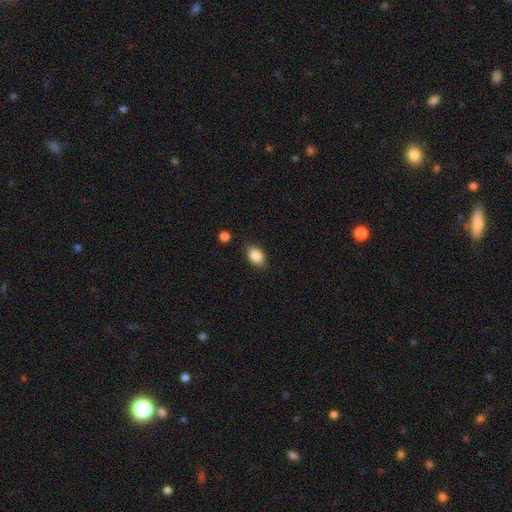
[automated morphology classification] This is clearly a smooth galaxy (86%). How rounded: clearly in between (86%). Merging: clearly none (84%).